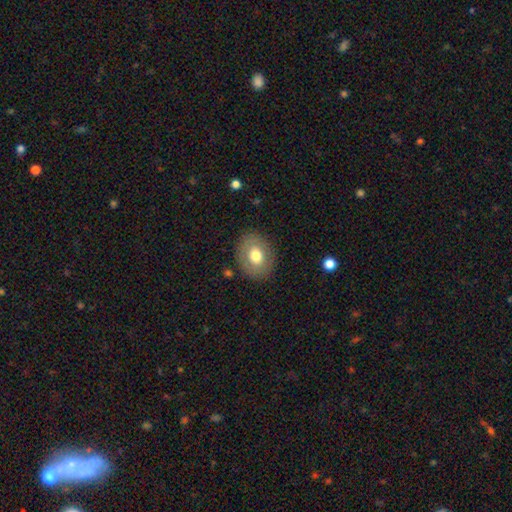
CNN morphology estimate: A smooth galaxy with no disk features (70%) that is in between round and cigar-shaped (52%). Merging: none (85%).